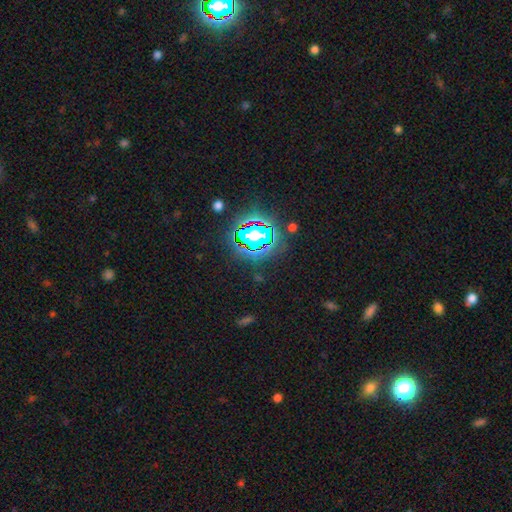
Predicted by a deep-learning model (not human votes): smooth_or_featured: star or artifact (p=0.79) [alt: smooth p=0.13]